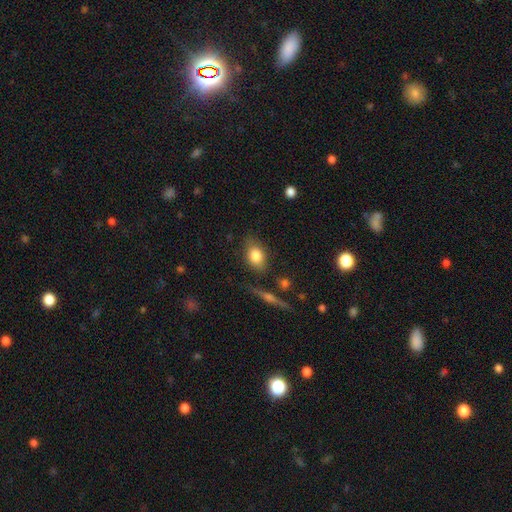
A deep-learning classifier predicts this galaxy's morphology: The model was most divided on "how rounded": in between: 74%, round: 23%, cigar-shaped: 3%. More confident: smooth or featured — smooth (79%); merging — none (74%).